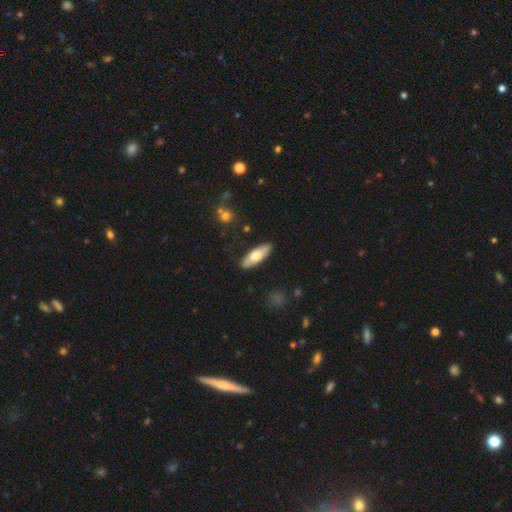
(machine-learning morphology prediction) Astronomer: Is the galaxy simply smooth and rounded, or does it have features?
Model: smooth — 65%.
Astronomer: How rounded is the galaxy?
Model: in between — 65%.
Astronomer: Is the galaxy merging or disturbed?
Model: none — 88%.